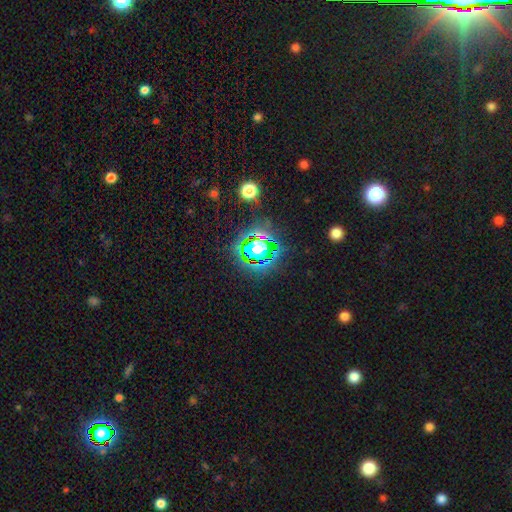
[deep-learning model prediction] Smooth or featured? Predicted: star or artifact (p=0.80).